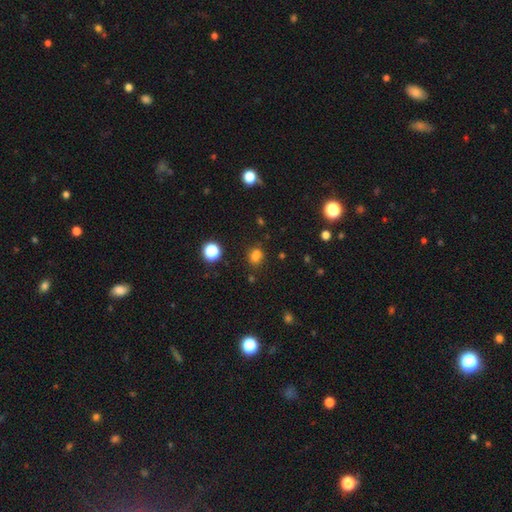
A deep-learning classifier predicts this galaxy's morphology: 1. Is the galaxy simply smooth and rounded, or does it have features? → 69% smooth, 22% star or artifact, 8% featured or disk.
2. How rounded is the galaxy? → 67% round, 32% in between, 1% cigar-shaped.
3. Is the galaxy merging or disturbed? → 58% none, 25% merger, 13% minor disturbance, 4% major disturbance.